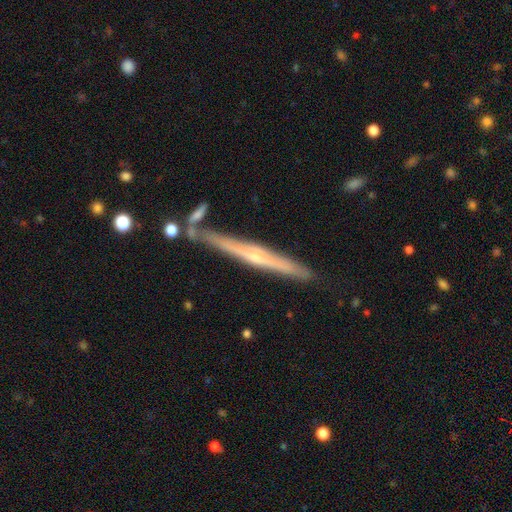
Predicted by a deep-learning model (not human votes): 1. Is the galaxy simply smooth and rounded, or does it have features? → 72% featured or disk, 22% smooth, 6% star or artifact.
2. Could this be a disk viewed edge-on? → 96% yes, 4% no.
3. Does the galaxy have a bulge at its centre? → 58% rounded, 38% none, 4% boxy.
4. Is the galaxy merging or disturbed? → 78% none, 13% minor disturbance, 7% merger, 3% major disturbance.